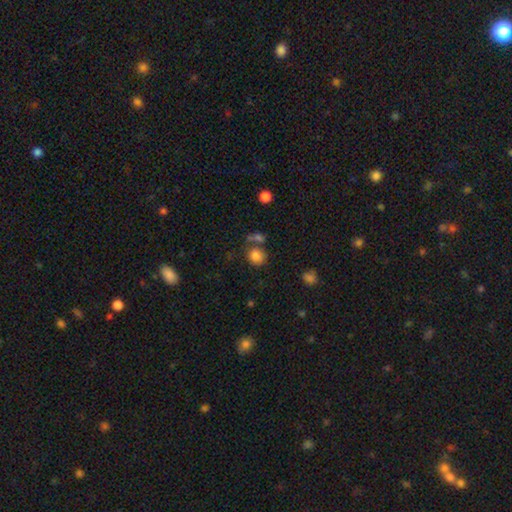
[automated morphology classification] This is clearly a smooth galaxy (82%). How rounded: likely round (78%). Merging: possibly none (60%).